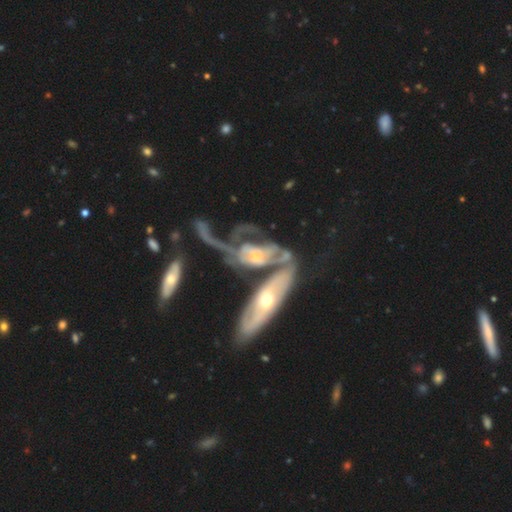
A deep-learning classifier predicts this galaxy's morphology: Smooth or featured?
  - featured or disk: 74% *
  - smooth: 19%
  - star or artifact: 7%
Edge-on disk?
  - no: 87% *
  - yes: 13%
Bar?
  - no: 67% *
  - weak: 22%
  - strong: 10%
Spiral arms?
  - yes: 61% *
  - no: 39%
Bulge size?
  - small: 50% *
  - moderate: 42%
  - large: 4%
  - none: 3%
  - dominant: 2%
Merging?
  - merger: 61% *
  - major disturbance: 21%
  - none: 11%
  - minor disturbance: 7%